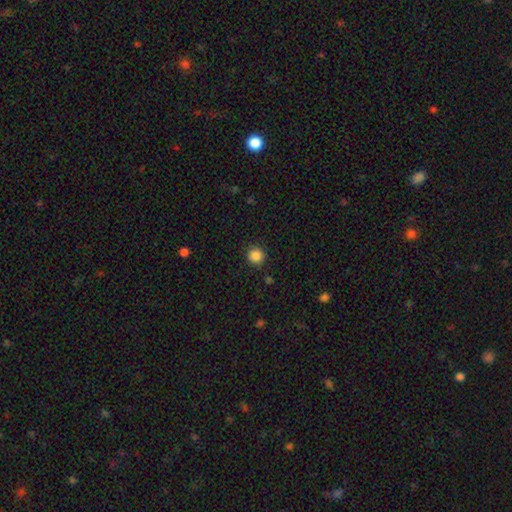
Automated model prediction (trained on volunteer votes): Q: Smooth or featured?
A: smooth (87%); runner-up: star or artifact (11%)
Q: How rounded?
A: round (93%); runner-up: in between (6%)
Q: Merging?
A: none (89%); runner-up: minor disturbance (7%)